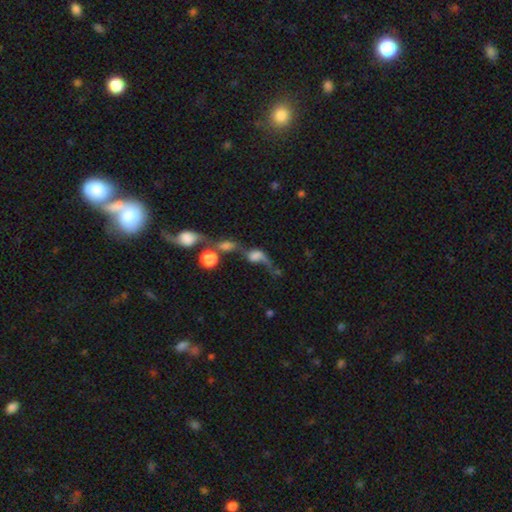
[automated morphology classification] type=smooth (48%); merging=merger (49%).